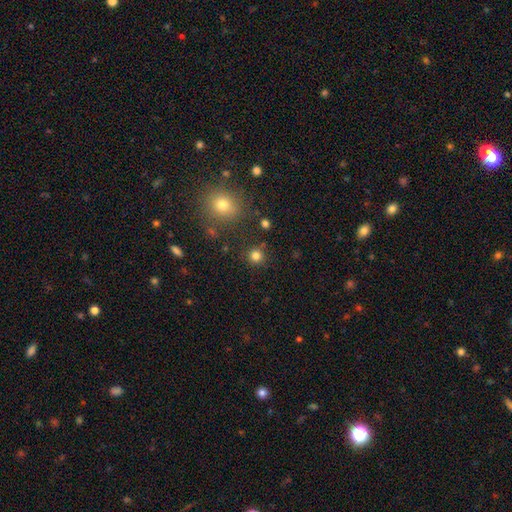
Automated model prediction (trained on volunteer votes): This appears to be a smooth galaxy with no disk features (80%) that is round (93%). Merging: none (86%).